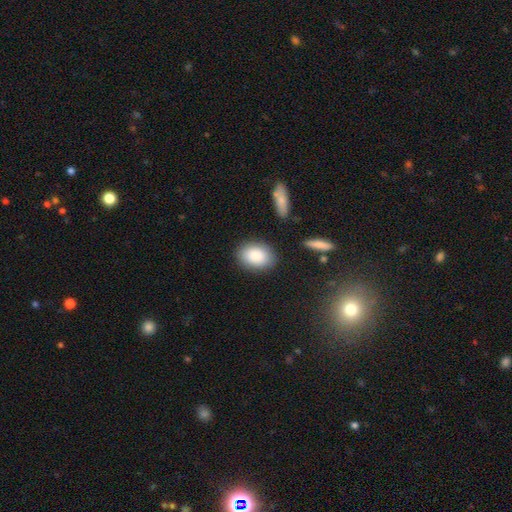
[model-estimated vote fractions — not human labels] Overall: smooth (87%). How rounded: in between (78%). Merging: none (84%).